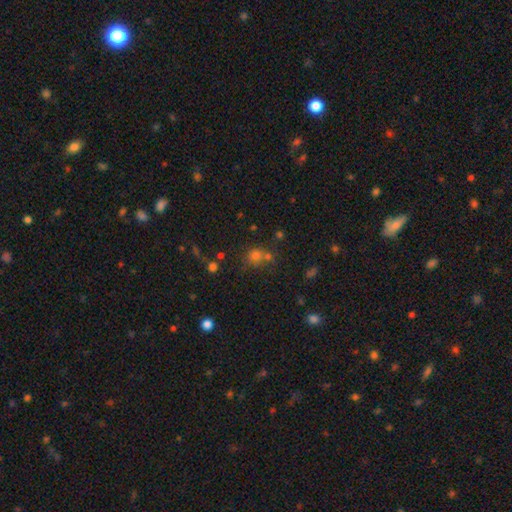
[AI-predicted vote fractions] Smooth or featured? smooth (66%)
How rounded? round (82%)
Merging? none (58%)